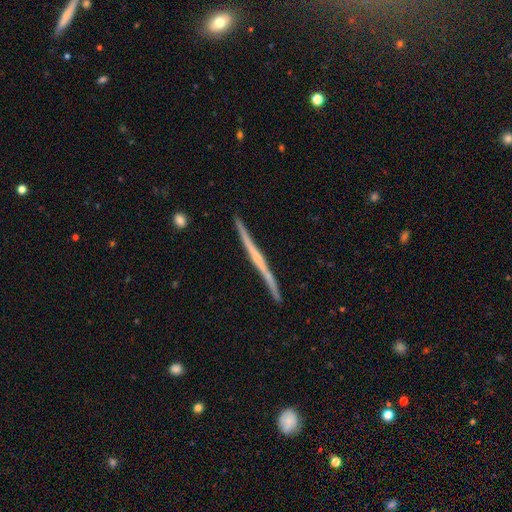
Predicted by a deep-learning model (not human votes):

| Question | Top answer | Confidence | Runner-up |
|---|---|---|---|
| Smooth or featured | featured or disk | 75% | smooth (20%) |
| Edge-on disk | yes | 98% | no (2%) |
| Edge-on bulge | none | 56% | rounded (34%) |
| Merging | none | 90% | minor disturbance (7%) |